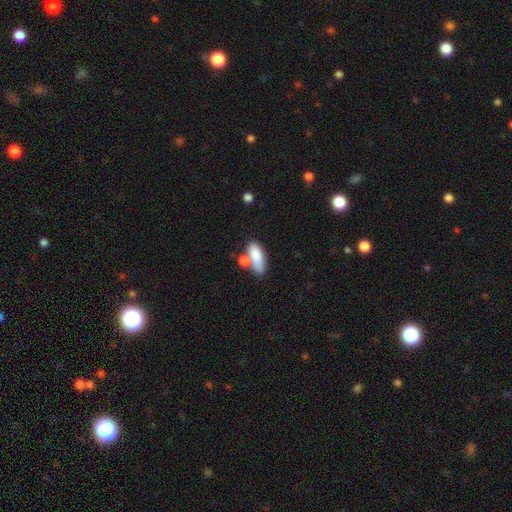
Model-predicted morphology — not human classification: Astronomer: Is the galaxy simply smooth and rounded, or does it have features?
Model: smooth — 81%.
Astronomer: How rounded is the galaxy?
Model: in between — 73%.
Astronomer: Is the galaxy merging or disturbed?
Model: none — 44% (runner-up: merger, 33%).